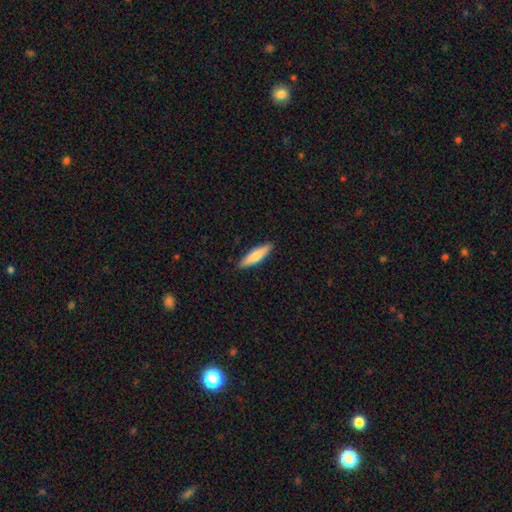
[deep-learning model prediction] Q: Smooth or featured?
A: smooth (74%); runner-up: featured or disk (21%)
Q: How rounded?
A: cigar-shaped (68%); runner-up: in between (30%)
Q: Merging?
A: none (89%); runner-up: minor disturbance (9%)